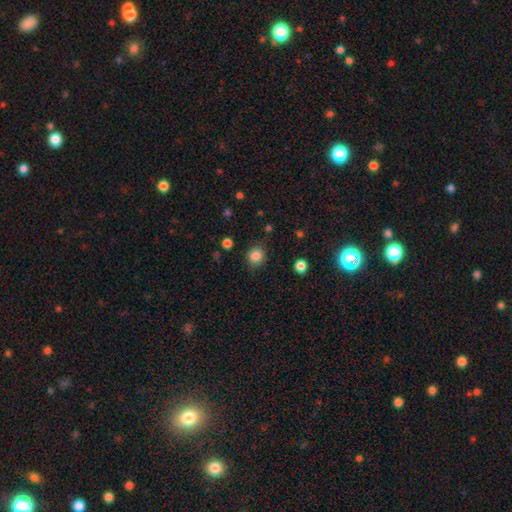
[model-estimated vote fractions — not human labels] This appears to be a smooth galaxy with no disk features (84%) that is round (81%). Merging: none (82%).